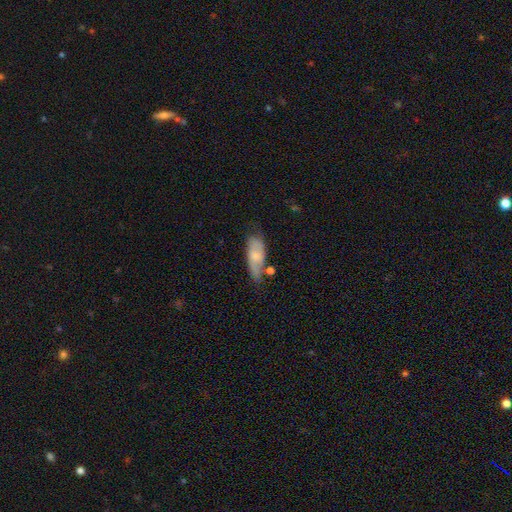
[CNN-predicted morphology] smooth 65%, featured or disk 28%, star or artifact 7%. Down the decision tree: how rounded — in between (74%); merging — none (46%).